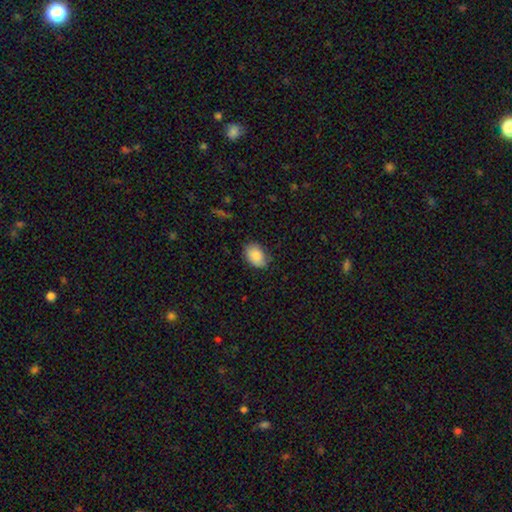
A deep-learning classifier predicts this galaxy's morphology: type=smooth (86%); roundness=in between (83%); merging=none (76%).